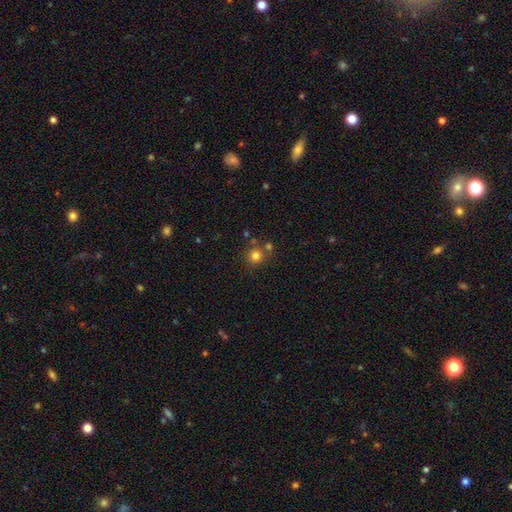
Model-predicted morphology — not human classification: smooth-or-featured: smooth: 78% | star or artifact: 14% | featured or disk: 7%
  how-rounded: round: 92% | in between: 7% | cigar-shaped: 1%
  merging: none: 72% | merger: 16% | minor disturbance: 9% | major disturbance: 3%